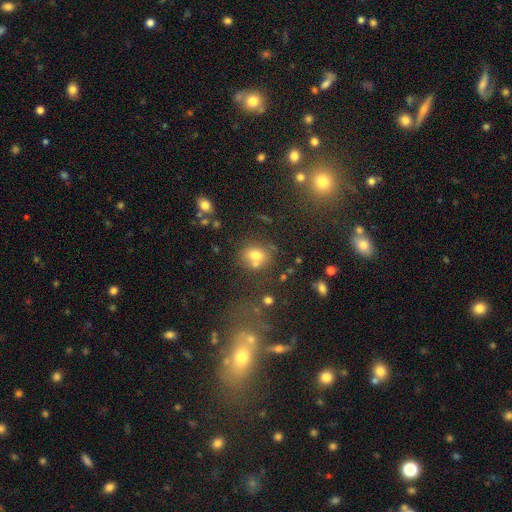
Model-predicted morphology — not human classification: smooth 70%, star or artifact 15%, featured or disk 15%. Down the decision tree: how rounded — round (60%); merging — none (50%).